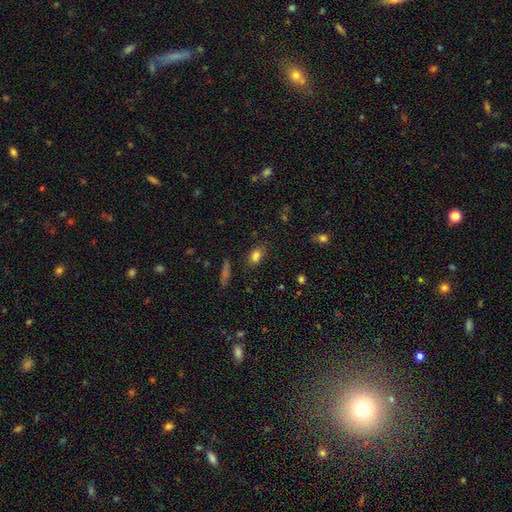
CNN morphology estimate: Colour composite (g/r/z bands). It shows a smooth galaxy with no disk features (81%) that is in between round and cigar-shaped (82%). Merging: none (75%).